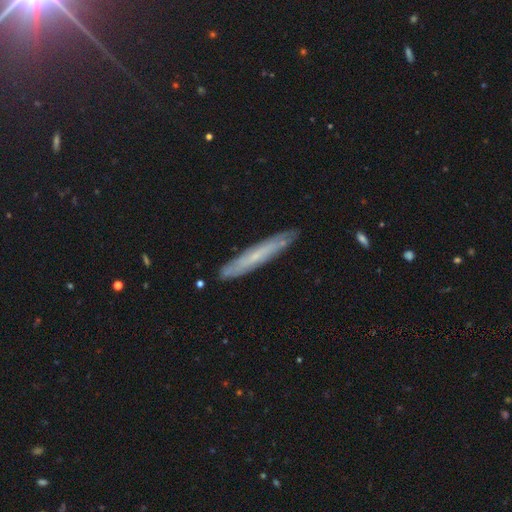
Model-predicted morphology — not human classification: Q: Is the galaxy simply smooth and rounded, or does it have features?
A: featured or disk — 53%.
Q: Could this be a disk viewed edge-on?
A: yes — 76%.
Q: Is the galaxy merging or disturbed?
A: none — 87%.